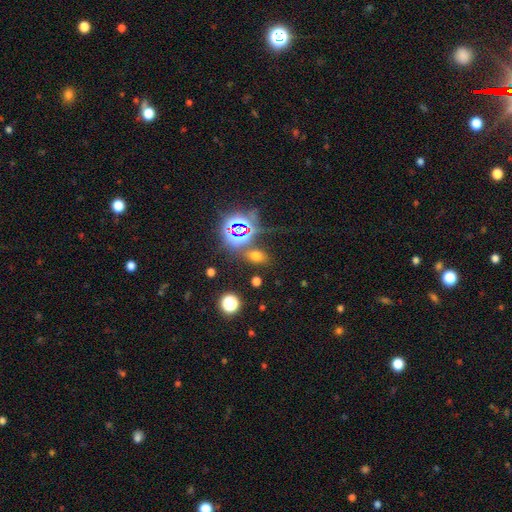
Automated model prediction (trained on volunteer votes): Smooth or featured: smooth — 53% (star or artifact — 38%)
How rounded: in between — 74% (round — 22%)
Merging: none — 77% (minor disturbance — 11%)